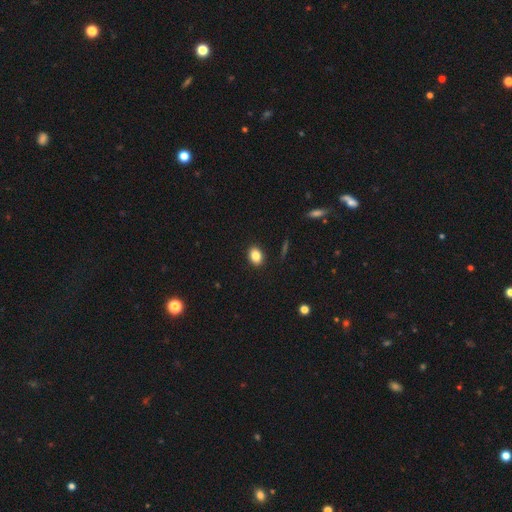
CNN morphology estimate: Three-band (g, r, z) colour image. It shows a smooth galaxy with no disk features (85%) that is in between round and cigar-shaped (71%). Merging: none (90%).